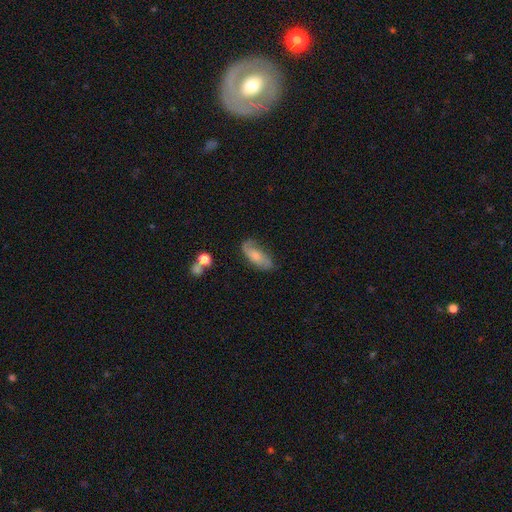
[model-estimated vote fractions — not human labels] Morphology: type=featured or disk (52%); edge-on=no (90%); merging=none (56%).